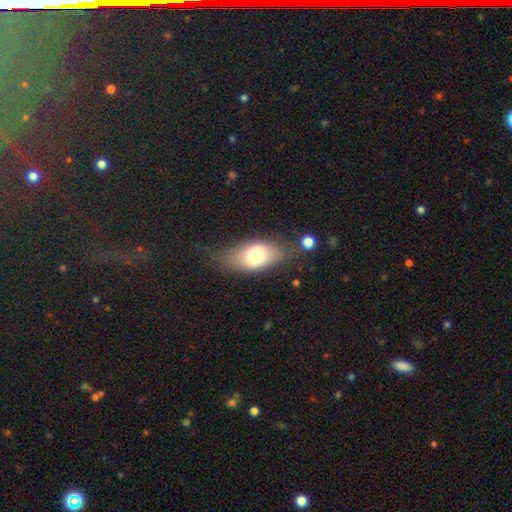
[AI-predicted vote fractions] smooth_or_featured: smooth (p=0.71) [alt: featured or disk p=0.21]
how_rounded: in between (p=0.85) [alt: round p=0.08]
merging: none (p=0.61) [alt: minor disturbance p=0.22]